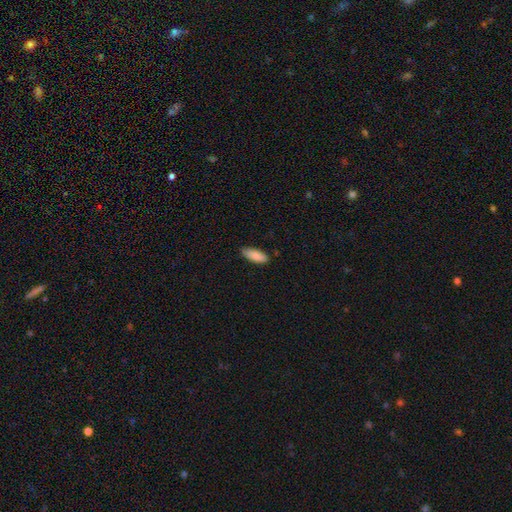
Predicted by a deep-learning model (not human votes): Smooth or featured? smooth (87%)
How rounded? in between (72%)
Merging? none (83%)